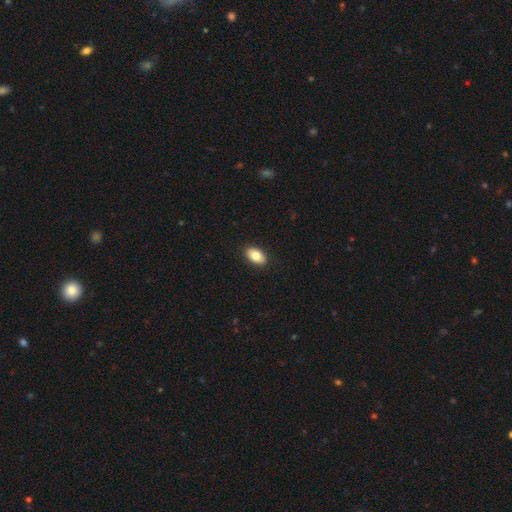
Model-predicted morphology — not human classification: Q: Smooth or featured?
A: smooth (82%); runner-up: featured or disk (11%)
Q: How rounded?
A: in between (92%); runner-up: round (6%)
Q: Merging?
A: none (90%); runner-up: minor disturbance (7%)